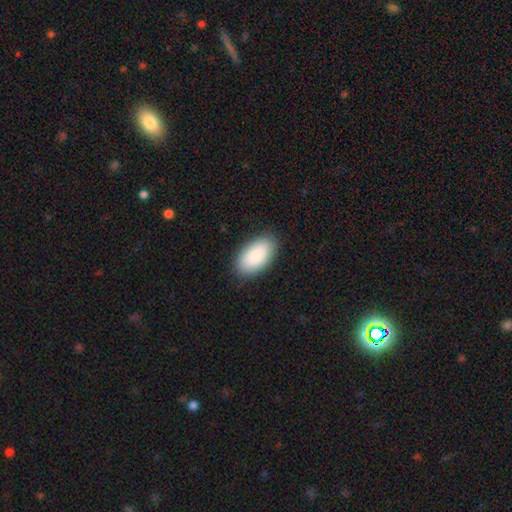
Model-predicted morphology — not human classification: Overall: smooth (89%). How rounded: in between (96%). Merging: none (86%).